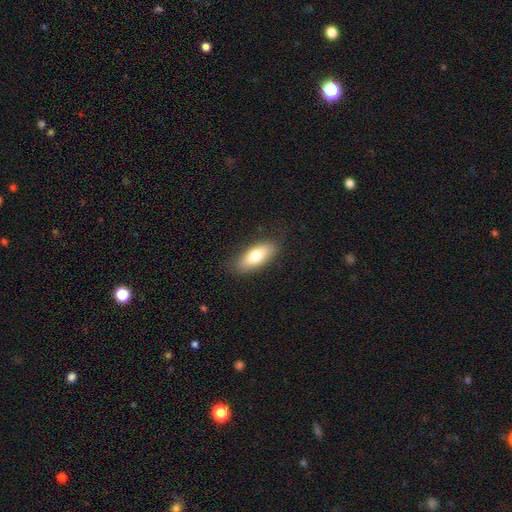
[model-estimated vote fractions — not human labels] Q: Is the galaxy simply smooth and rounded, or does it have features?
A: smooth — 75%.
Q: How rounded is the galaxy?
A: in between — 78%.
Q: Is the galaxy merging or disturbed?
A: none — 84%.